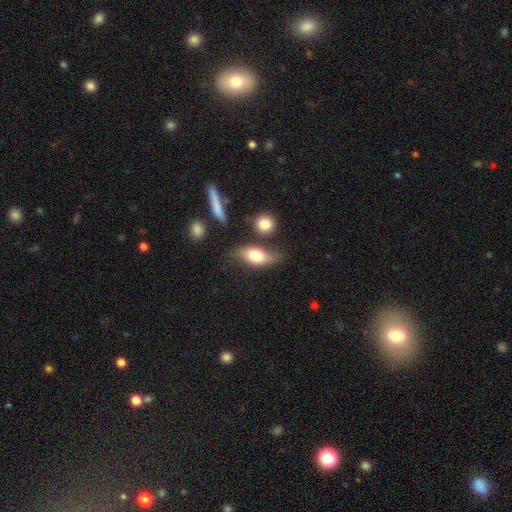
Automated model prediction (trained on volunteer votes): A smooth galaxy with no disk features (67%) that is in between round and cigar-shaped (79%).

Vote fractions:
- Smooth or featured? smooth: 67% / featured or disk: 25% / star or artifact: 7%
- How rounded? in between: 79% / cigar-shaped: 13% / round: 8%
- Merging? none: 61% / minor disturbance: 21% / merger: 11% / major disturbance: 8%